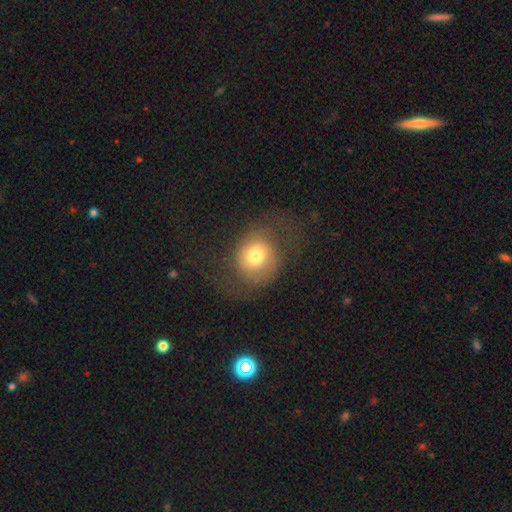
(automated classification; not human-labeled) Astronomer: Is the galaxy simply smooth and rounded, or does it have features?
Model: smooth — 66%.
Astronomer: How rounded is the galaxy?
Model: round — 78%.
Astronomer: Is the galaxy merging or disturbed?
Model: none — 58%.